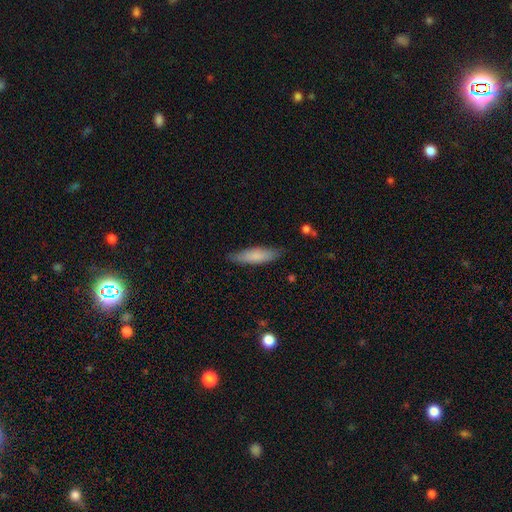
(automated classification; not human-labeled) Smooth or featured?
  - smooth: 79% *
  - featured or disk: 15%
  - star or artifact: 6%
How rounded?
  - cigar-shaped: 66% *
  - in between: 33%
  - round: 1%
Merging?
  - none: 82% *
  - minor disturbance: 14%
  - major disturbance: 3%
  - merger: 1%